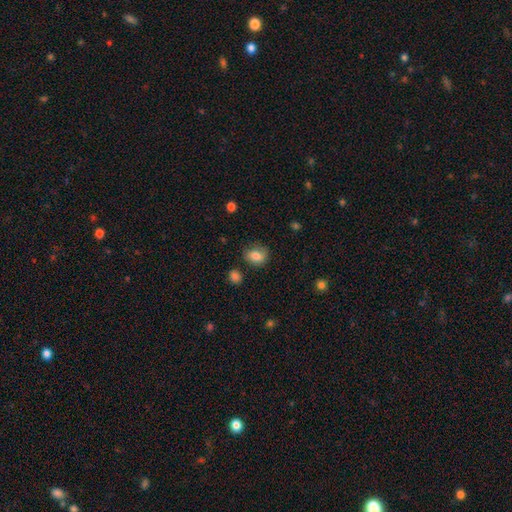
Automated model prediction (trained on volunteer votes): smooth_or_featured: smooth (p=0.81) [alt: featured or disk p=0.10]
how_rounded: round (p=0.57) [alt: in between p=0.42]
merging: none (p=0.76) [alt: minor disturbance p=0.17]